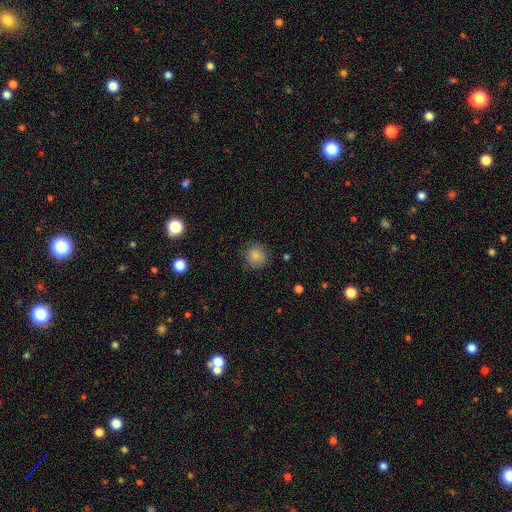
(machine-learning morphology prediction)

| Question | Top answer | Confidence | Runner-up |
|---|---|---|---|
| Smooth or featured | smooth | 83% | star or artifact (10%) |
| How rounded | round | 92% | in between (7%) |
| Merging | none | 82% | minor disturbance (13%) |